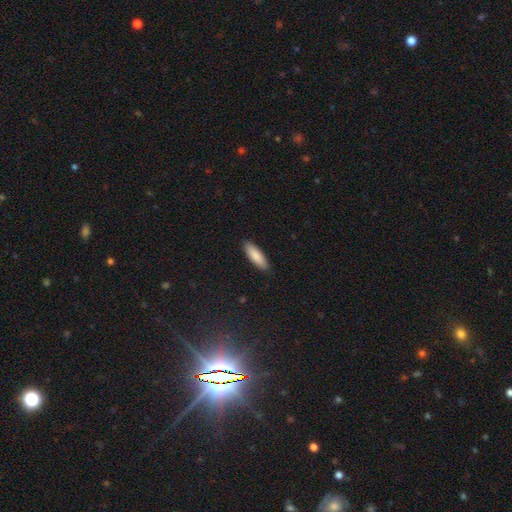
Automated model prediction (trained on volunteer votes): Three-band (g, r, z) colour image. It shows a smooth galaxy with no disk features (86%) that is in between round and cigar-shaped (55%). Merging: none (89%).